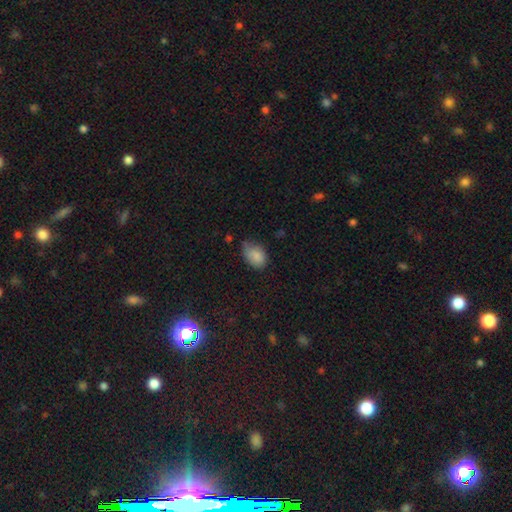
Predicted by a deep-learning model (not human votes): Smooth or featured?
  - smooth: 85% *
  - star or artifact: 8%
  - featured or disk: 7%
How rounded?
  - in between: 82% *
  - round: 17%
  - cigar-shaped: 1%
Merging?
  - none: 50% *
  - minor disturbance: 39%
  - major disturbance: 8%
  - merger: 3%